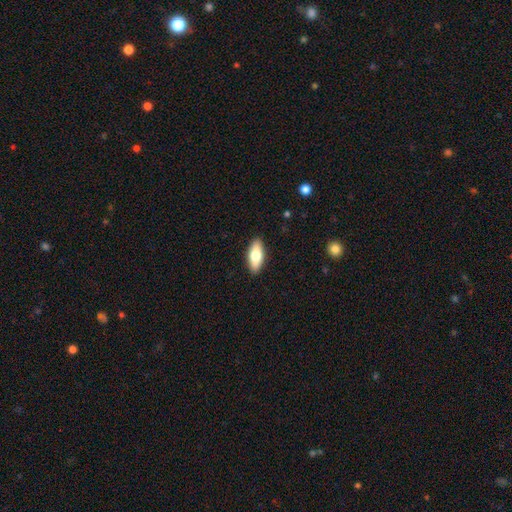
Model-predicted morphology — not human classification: This is likely a smooth galaxy (72%). How rounded: likely in between (80%). Merging: clearly none (90%).